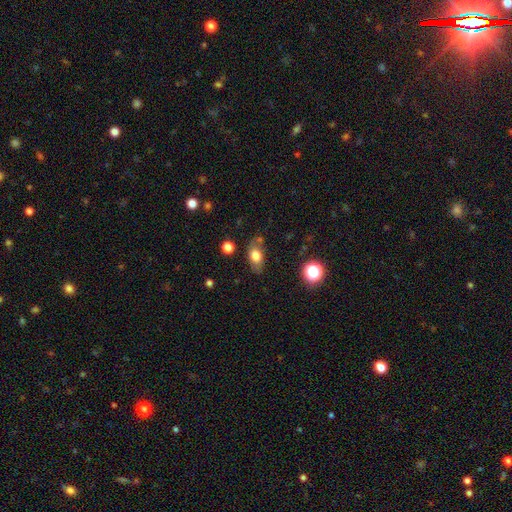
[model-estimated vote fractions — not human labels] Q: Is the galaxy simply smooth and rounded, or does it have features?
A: smooth — 73%.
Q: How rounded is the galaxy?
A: in between — 84%.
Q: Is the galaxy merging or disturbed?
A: none — 69%.